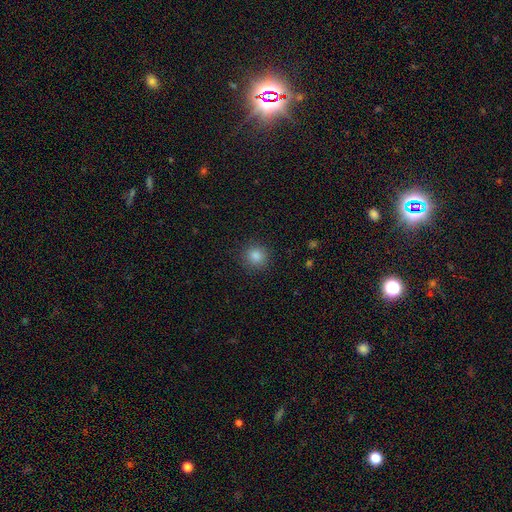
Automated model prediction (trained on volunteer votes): Smooth or featured? Predicted: smooth (p=0.84). How rounded? Predicted: round (p=0.94). Merging? Predicted: none (p=0.91).